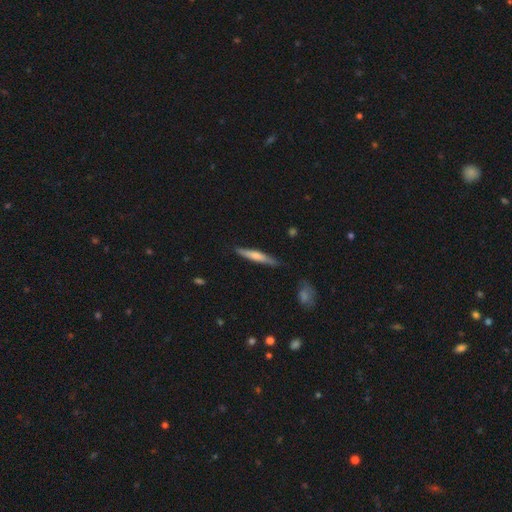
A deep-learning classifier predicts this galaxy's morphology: A smooth galaxy with no disk features (62%) that is cigar-shaped (92%). Merging: none (83%).